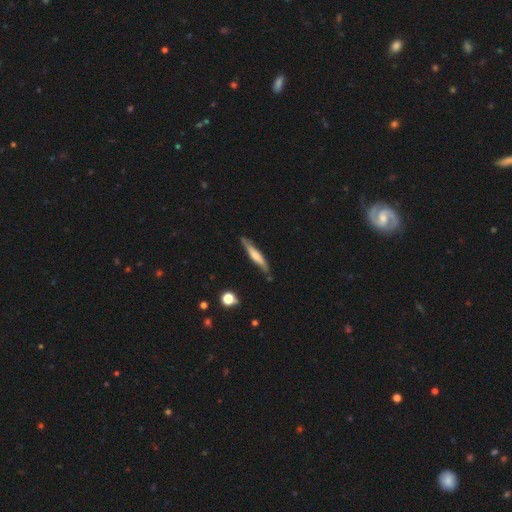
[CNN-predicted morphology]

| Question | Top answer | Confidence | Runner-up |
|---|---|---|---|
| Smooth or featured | smooth | 48% | featured or disk (46%) |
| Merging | none | 79% | minor disturbance (15%) |